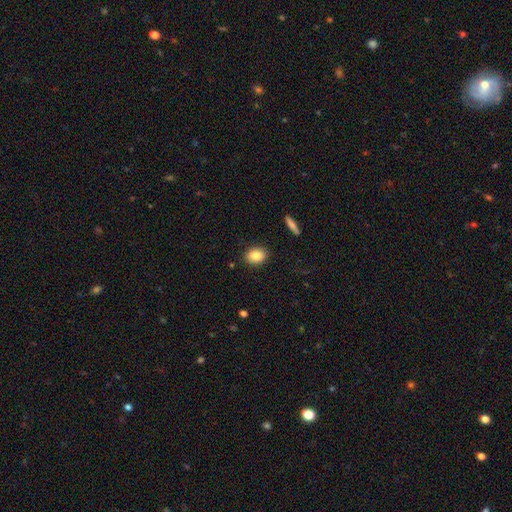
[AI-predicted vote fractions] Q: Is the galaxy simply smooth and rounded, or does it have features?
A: smooth — 86%.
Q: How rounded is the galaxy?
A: in between — 65%.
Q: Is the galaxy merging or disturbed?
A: none — 88%.